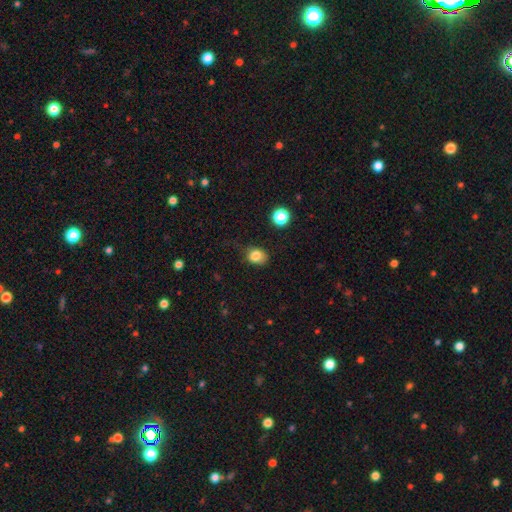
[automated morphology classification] The model was most divided on "how rounded": in between: 50%, round: 49%, cigar-shaped: 1%. More confident: smooth or featured — smooth (82%); merging — none (59%).